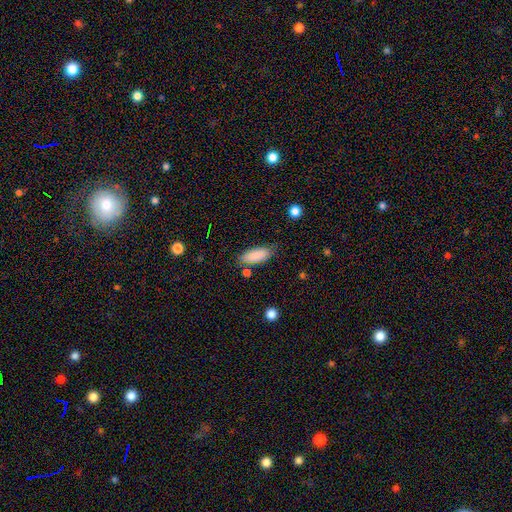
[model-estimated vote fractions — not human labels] Smooth or featured?
  - smooth: 87% *
  - star or artifact: 7%
  - featured or disk: 6%
How rounded?
  - in between: 78% *
  - cigar-shaped: 20%
  - round: 2%
Merging?
  - none: 74% *
  - minor disturbance: 17%
  - merger: 5%
  - major disturbance: 4%